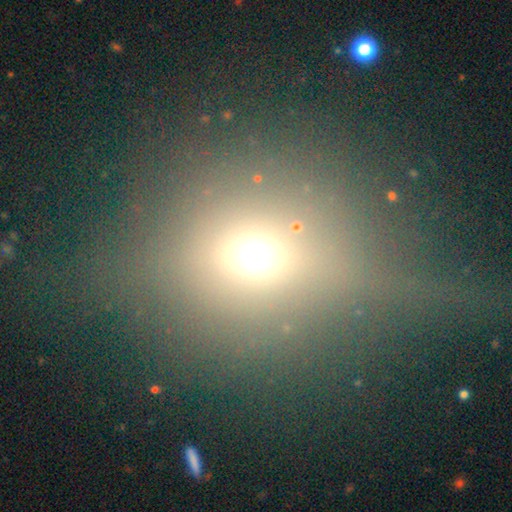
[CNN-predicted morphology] type=smooth (62%); roundness=round (75%); merging=none (59%).